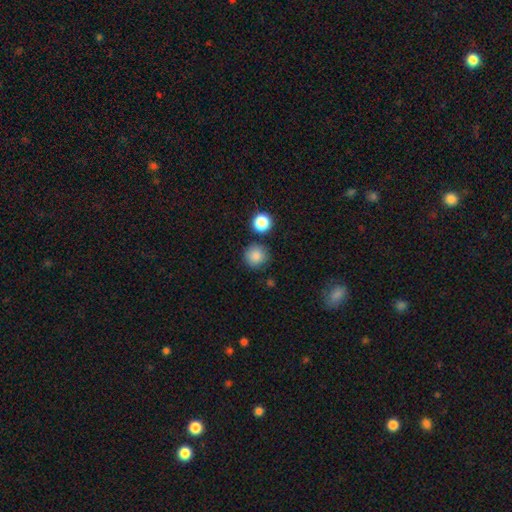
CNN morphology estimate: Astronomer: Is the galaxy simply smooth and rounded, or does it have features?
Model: smooth — 85%.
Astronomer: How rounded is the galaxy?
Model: round — 94%.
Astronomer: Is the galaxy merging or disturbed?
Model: none — 82%.